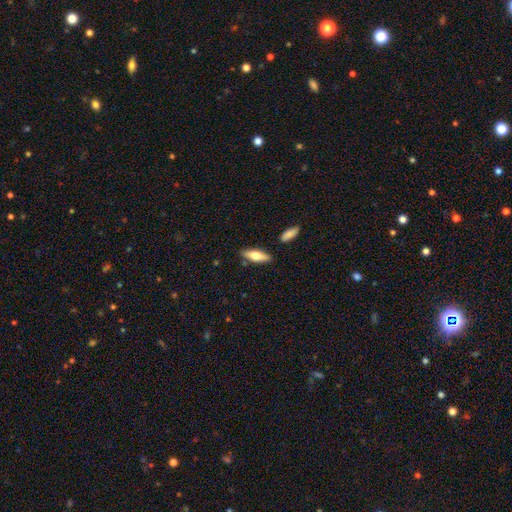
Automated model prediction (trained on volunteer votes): Smooth or featured? Predicted: smooth (p=0.62). How rounded? Predicted: in between (p=0.57). Merging? Predicted: none (p=0.83).